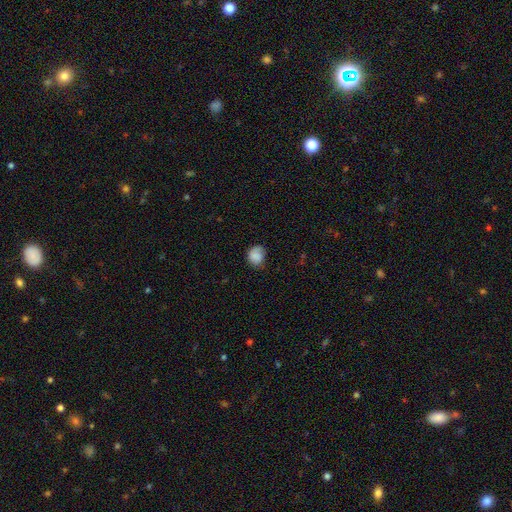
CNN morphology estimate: Smooth or featured?
  - smooth: 83% *
  - featured or disk: 9%
  - star or artifact: 8%
How rounded?
  - round: 63% *
  - in between: 36%
  - cigar-shaped: 1%
Merging?
  - none: 62% *
  - minor disturbance: 29%
  - major disturbance: 8%
  - merger: 1%